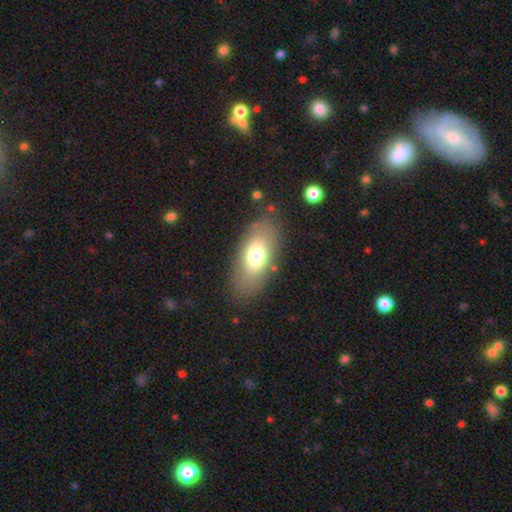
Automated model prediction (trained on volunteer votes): This is likely a smooth galaxy (67%). How rounded: clearly in between (88%). Merging: clearly none (81%).